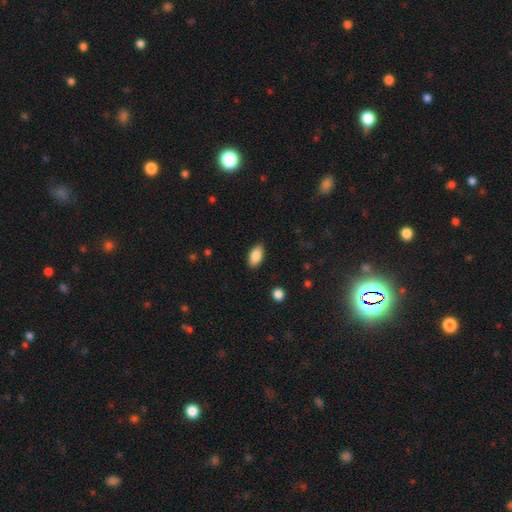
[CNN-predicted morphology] smooth 86%, featured or disk 7%, star or artifact 7%. Down the decision tree: how rounded — in between (92%); merging — none (86%).